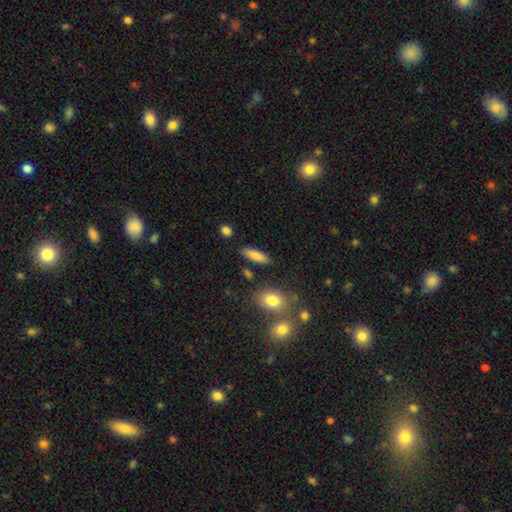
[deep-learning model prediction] The model was most divided on "how rounded": in between: 50%, cigar-shaped: 47%, round: 3%. More confident: merging — none (85%); smooth or featured — smooth (82%).